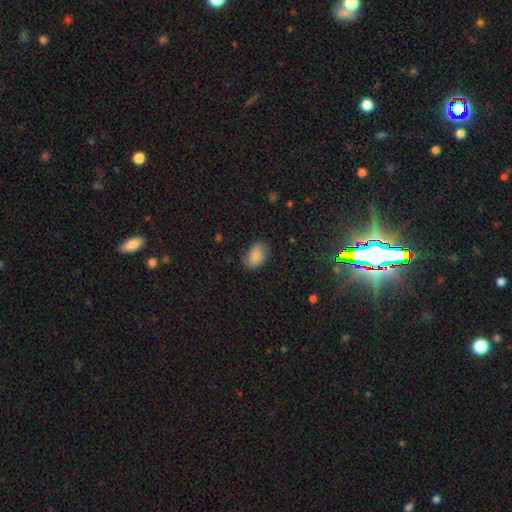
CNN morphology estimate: A smooth galaxy with no disk features (81%) that is in between round and cigar-shaped (86%). Merging: none (69%).